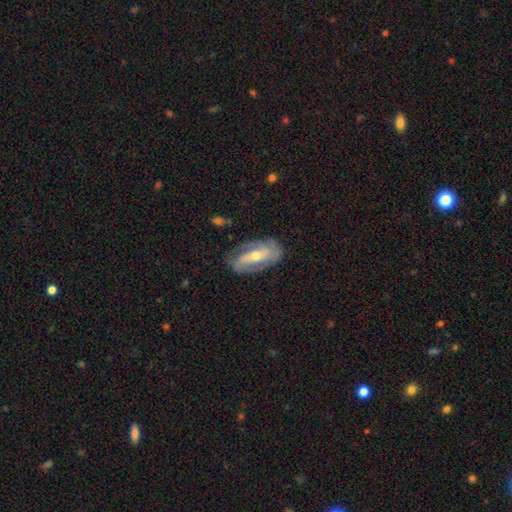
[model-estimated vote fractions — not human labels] A featured or disk galaxy (72%) with a strong bar (38%), 2 (69%) tight (38%, tied with medium) spiral arms (80%) and a moderate central bulge (56%). Merging: none (72%).